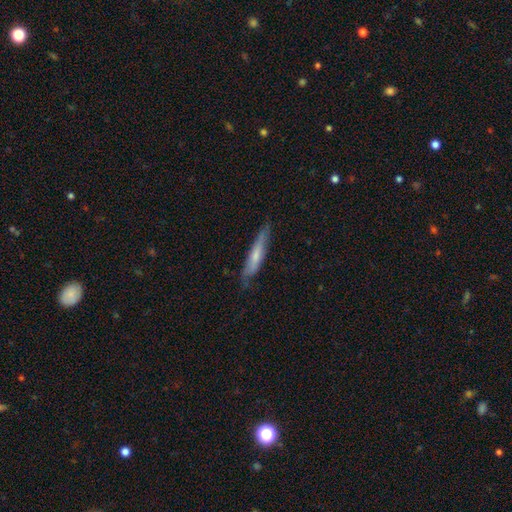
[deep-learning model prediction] smooth 57%, featured or disk 37%, star or artifact 6%. Down the decision tree: how rounded — cigar-shaped (89%); merging — none (73%).